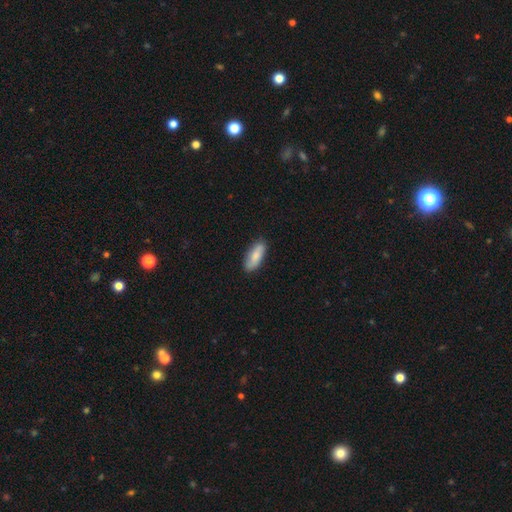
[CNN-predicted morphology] Q: Smooth or featured?
A: smooth (80%); runner-up: featured or disk (14%)
Q: How rounded?
A: in between (74%); runner-up: cigar-shaped (24%)
Q: Merging?
A: none (85%); runner-up: minor disturbance (12%)